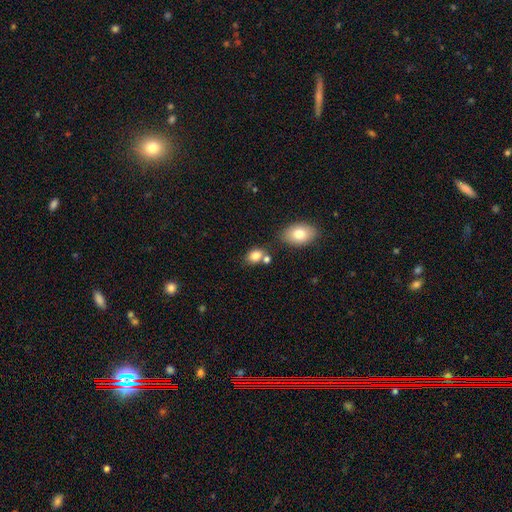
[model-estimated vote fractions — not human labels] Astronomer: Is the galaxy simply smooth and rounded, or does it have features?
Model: smooth — 83%.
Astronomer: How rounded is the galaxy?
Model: in between — 71%.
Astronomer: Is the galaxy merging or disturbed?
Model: none — 59%.